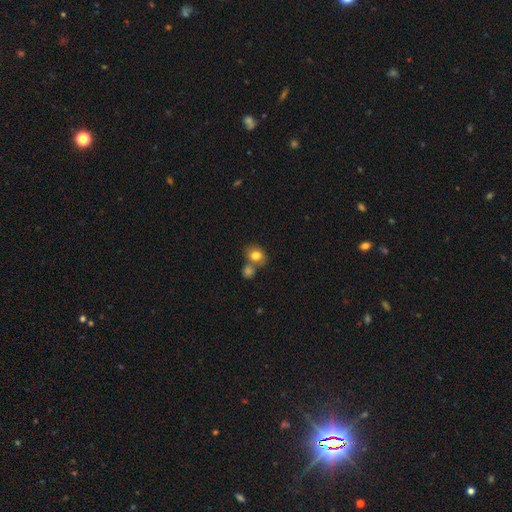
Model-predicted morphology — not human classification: type=smooth (80%); roundness=round (52%); merging=none (51%).